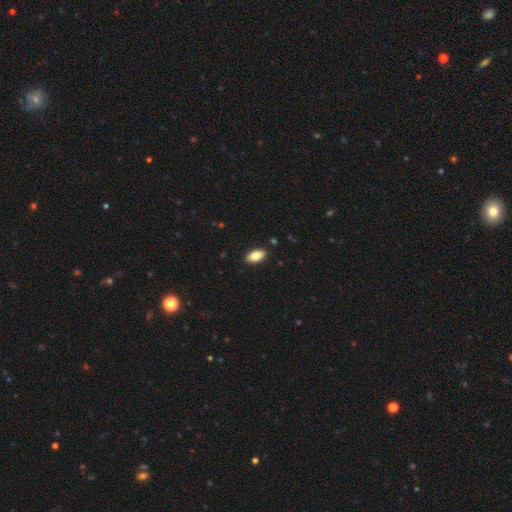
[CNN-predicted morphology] Q: Smooth or featured?
A: smooth (80%); runner-up: featured or disk (12%)
Q: How rounded?
A: in between (92%); runner-up: cigar-shaped (4%)
Q: Merging?
A: none (89%); runner-up: minor disturbance (8%)